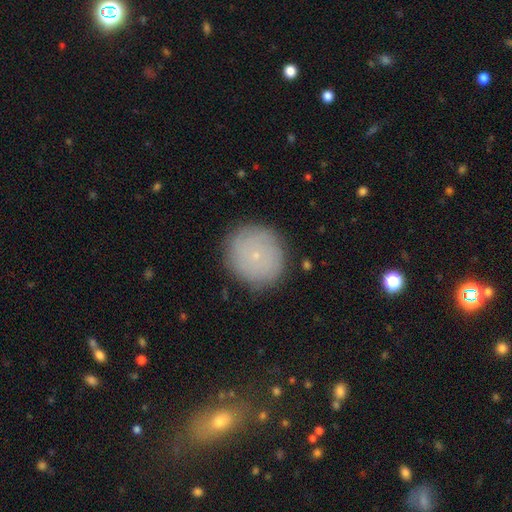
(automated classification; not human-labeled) Smooth or featured: smooth — 57% (featured or disk — 32%)
How rounded: round — 88% (in between — 11%)
Merging: none — 86% (minor disturbance — 10%)